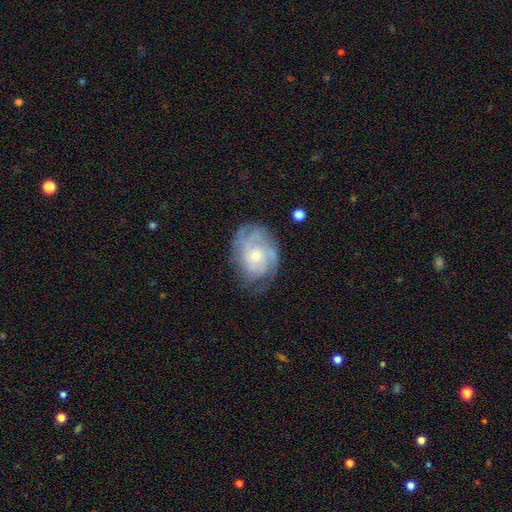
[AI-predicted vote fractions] Smooth or featured? featured or disk (77%)
Edge-on disk? no (97%)
Bar? no (78%)
Spiral arms? yes (91%)
Spiral winding? tight (59%)
Spiral arm count? can't tell (43%)
Bulge size? small (58%)
Merging? none (67%)